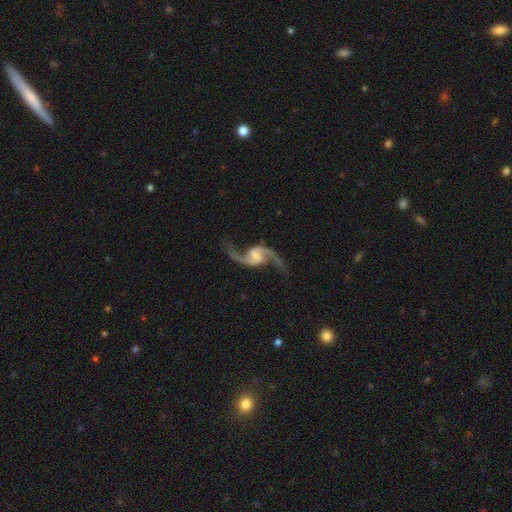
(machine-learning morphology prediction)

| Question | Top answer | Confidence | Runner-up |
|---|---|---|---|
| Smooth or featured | featured or disk | 93% | star or artifact (4%) |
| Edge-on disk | no | 98% | yes (2%) |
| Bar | weak | 48% | no (36%) |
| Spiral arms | yes | 98% | no (2%) |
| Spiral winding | loose | 80% | medium (17%) |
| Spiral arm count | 2 | 95% | 1 (1%) |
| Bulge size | small | 35% | none (33%) |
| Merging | none | 79% | minor disturbance (12%) |